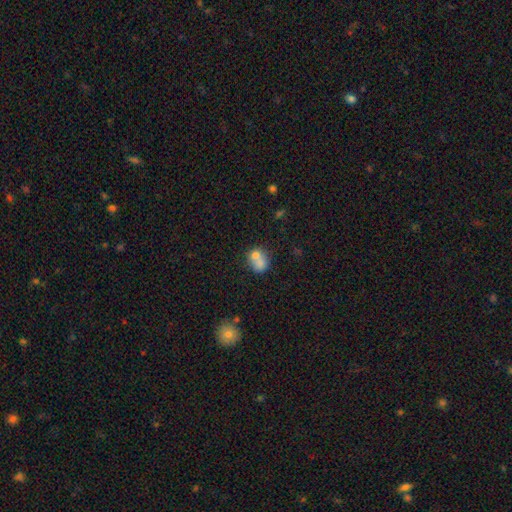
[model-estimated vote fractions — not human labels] Smooth or featured: smooth — 72% (featured or disk — 18%)
How rounded: round — 58% (in between — 41%)
Merging: merger — 56% (none — 29%)